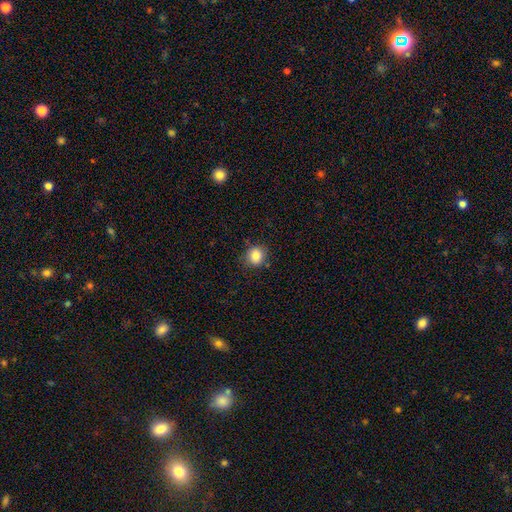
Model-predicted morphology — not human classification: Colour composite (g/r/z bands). It shows a smooth galaxy with no disk features (84%) that is round (81%). Merging: none (83%).